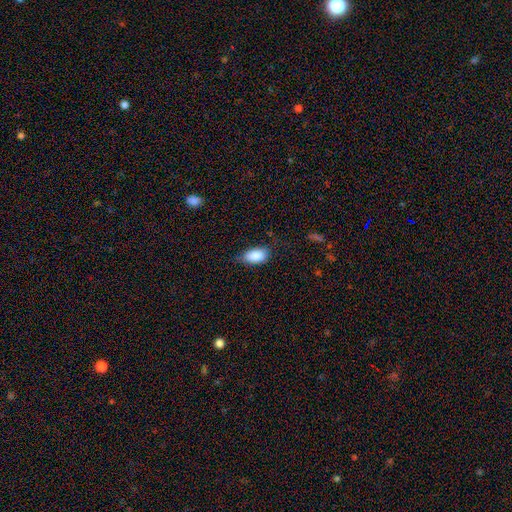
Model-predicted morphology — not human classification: The model was most divided on "merging": none: 69%, minor disturbance: 24%, major disturbance: 5%, merger: 1%. More confident: how rounded — in between (92%); smooth or featured — smooth (87%).